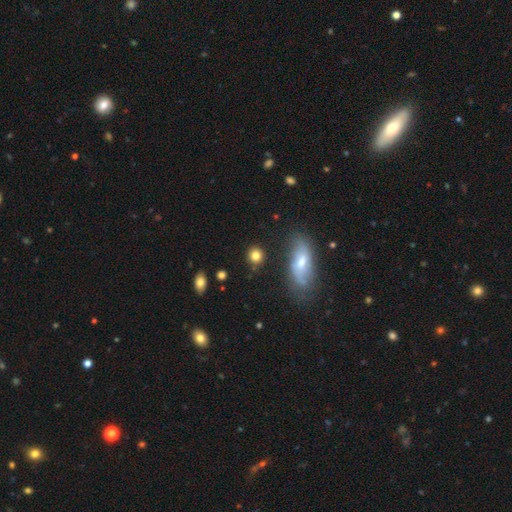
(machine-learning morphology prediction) smooth_or_featured: smooth (p=0.81) [alt: star or artifact p=0.11]
how_rounded: round (p=0.83) [alt: in between p=0.15]
merging: none (p=0.81) [alt: minor disturbance p=0.10]